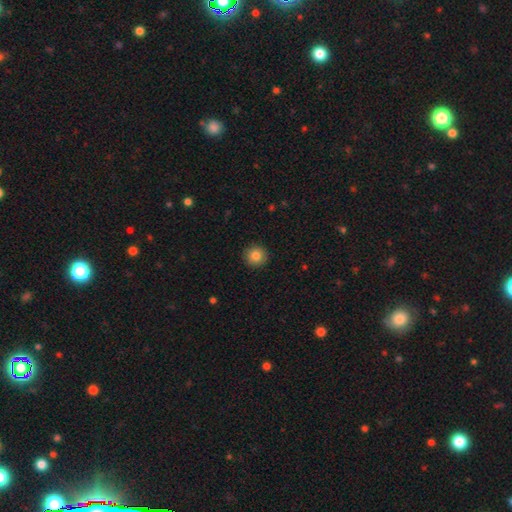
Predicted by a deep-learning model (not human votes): A smooth galaxy with no disk features (83%) that is round (95%).

Vote fractions:
- Smooth or featured? smooth: 83% / star or artifact: 9% / featured or disk: 7%
- How rounded? round: 95% / in between: 4% / cigar-shaped: 1%
- Merging? none: 92% / minor disturbance: 5% / major disturbance: 2% / merger: 1%